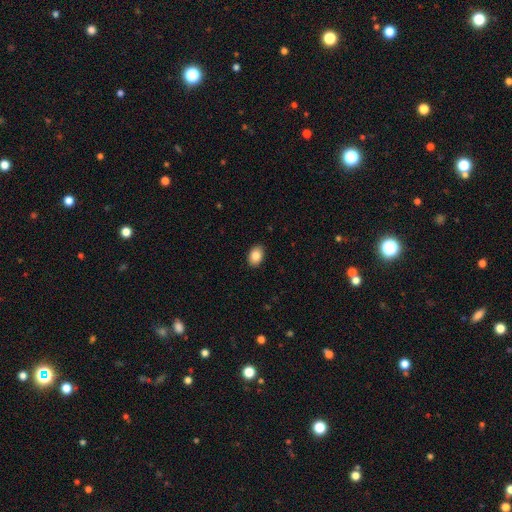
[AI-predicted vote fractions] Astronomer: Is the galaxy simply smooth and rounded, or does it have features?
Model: smooth — 86%.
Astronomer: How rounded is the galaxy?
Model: in between — 83%.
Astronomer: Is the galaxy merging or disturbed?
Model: none — 89%.